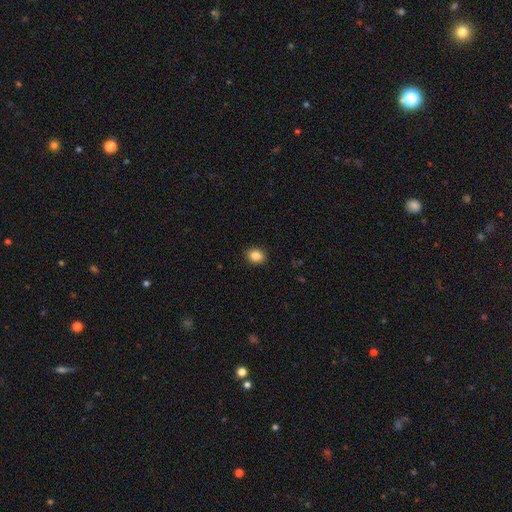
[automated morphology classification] Smooth or featured: smooth — 86% (star or artifact — 10%)
How rounded: round — 58% (in between — 41%)
Merging: none — 90% (minor disturbance — 7%)